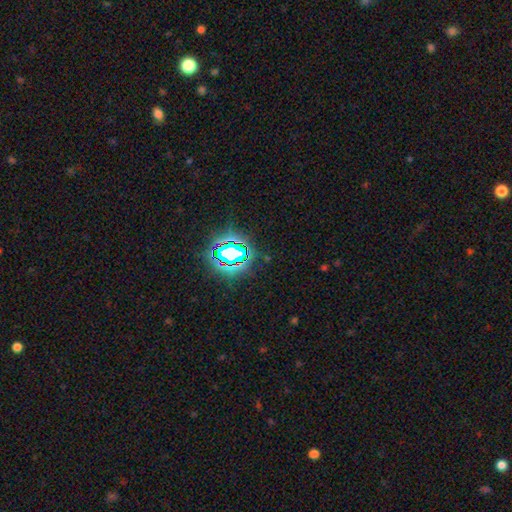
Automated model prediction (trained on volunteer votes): Smooth or featured: star or artifact — 79% (smooth — 13%)